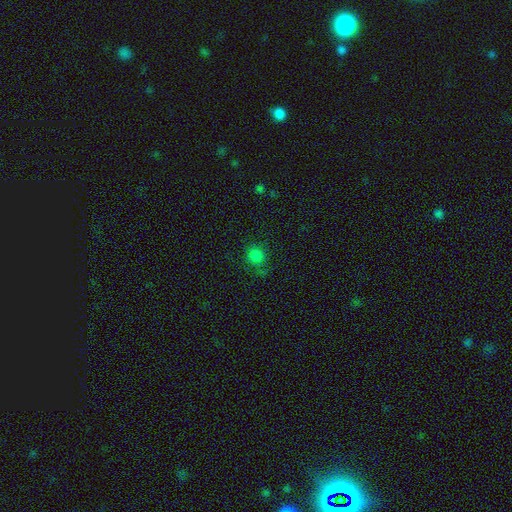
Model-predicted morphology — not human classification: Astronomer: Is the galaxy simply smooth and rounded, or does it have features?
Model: smooth — 79%.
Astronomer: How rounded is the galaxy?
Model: round — 87%.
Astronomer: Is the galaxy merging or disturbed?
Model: none — 76%.